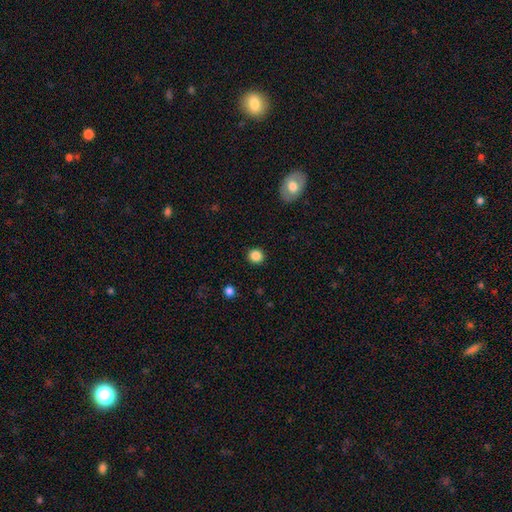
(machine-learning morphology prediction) This appears to be a smooth galaxy with no disk features (86%) that is round (93%). Merging: none (92%).